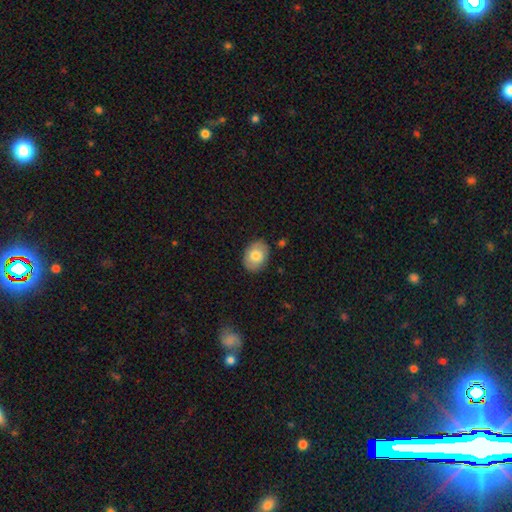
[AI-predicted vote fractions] smooth 77%, featured or disk 16%, star or artifact 7%. Down the decision tree: how rounded — in between (73%); merging — none (86%).